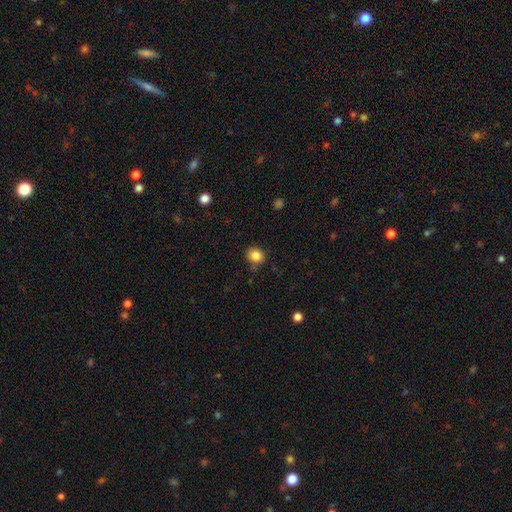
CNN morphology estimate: type=smooth (84%); roundness=round (82%); merging=none (82%).